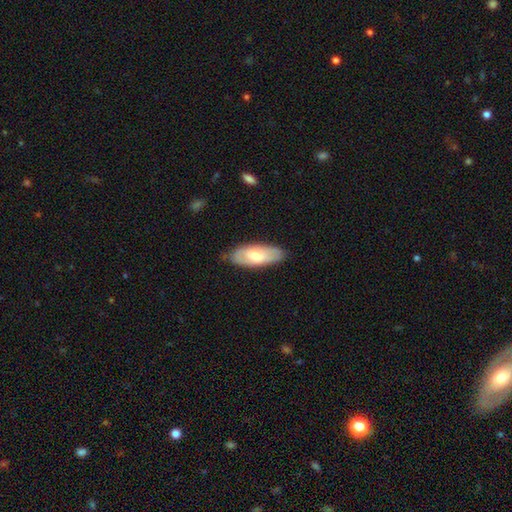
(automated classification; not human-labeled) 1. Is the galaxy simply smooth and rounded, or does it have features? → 59% smooth, 35% featured or disk, 5% star or artifact.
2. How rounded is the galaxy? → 82% in between, 16% cigar-shaped, 2% round.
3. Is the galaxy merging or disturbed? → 77% none, 18% minor disturbance, 3% major disturbance, 1% merger.